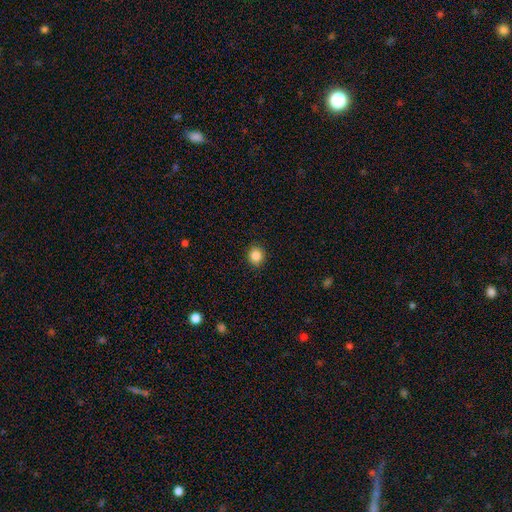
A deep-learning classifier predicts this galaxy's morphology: Smooth or featured?
  - smooth: 85% *
  - star or artifact: 10%
  - featured or disk: 4%
How rounded?
  - round: 86% *
  - in between: 13%
  - cigar-shaped: 1%
Merging?
  - none: 91% *
  - minor disturbance: 6%
  - major disturbance: 2%
  - merger: 1%